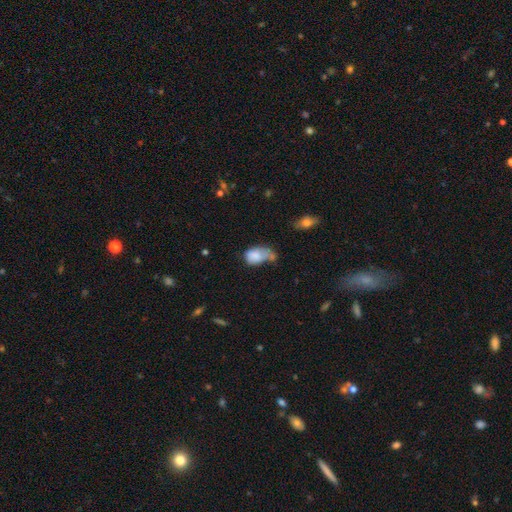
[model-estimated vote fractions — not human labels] smooth-or-featured: smooth: 77% | featured or disk: 15% | star or artifact: 9%
  how-rounded: in between: 85% | round: 14% | cigar-shaped: 2%
  merging: minor disturbance: 30% | major disturbance: 25% | merger: 23% | none: 22%